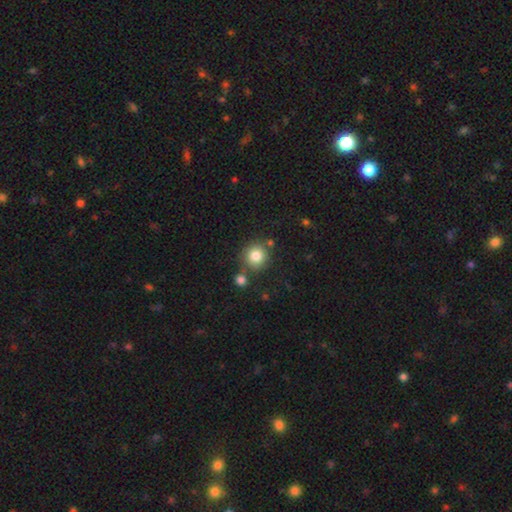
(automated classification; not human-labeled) smooth-or-featured: smooth: 82% | star or artifact: 11% | featured or disk: 7%
  how-rounded: round: 91% | in between: 8% | cigar-shaped: 1%
  merging: none: 75% | merger: 12% | minor disturbance: 9% | major disturbance: 3%